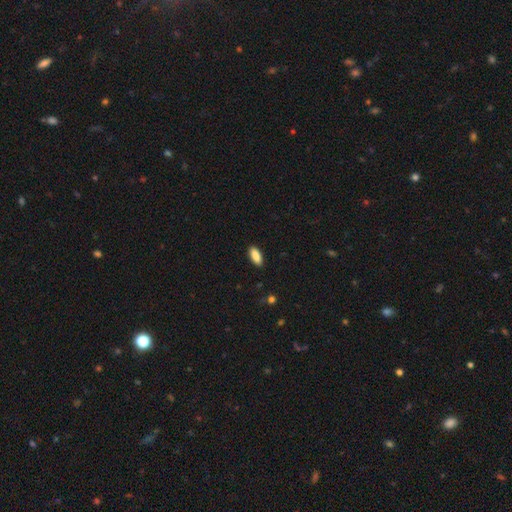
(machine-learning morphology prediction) Q: Smooth or featured?
A: smooth (89%); runner-up: star or artifact (7%)
Q: How rounded?
A: in between (81%); runner-up: cigar-shaped (17%)
Q: Merging?
A: none (89%); runner-up: minor disturbance (8%)